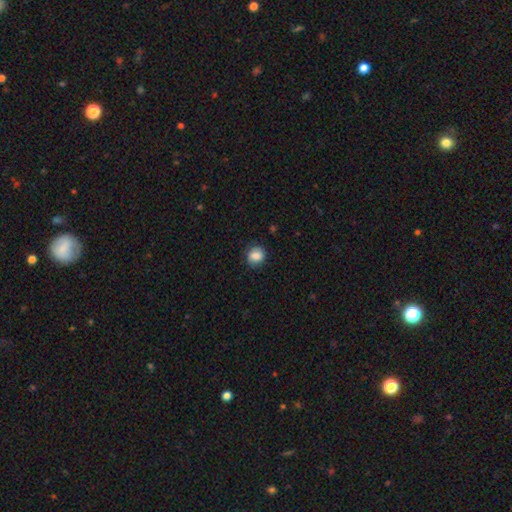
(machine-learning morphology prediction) Smooth or featured?
  - smooth: 83% *
  - star or artifact: 9%
  - featured or disk: 8%
How rounded?
  - round: 74% *
  - in between: 25%
  - cigar-shaped: 1%
Merging?
  - none: 83% *
  - minor disturbance: 12%
  - major disturbance: 3%
  - merger: 1%